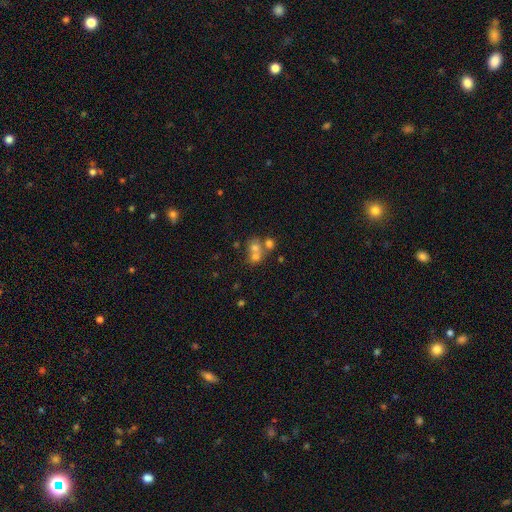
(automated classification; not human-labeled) This appears to be a smooth galaxy with no disk features (57%) that is round (73%). Merging: merger (58%).